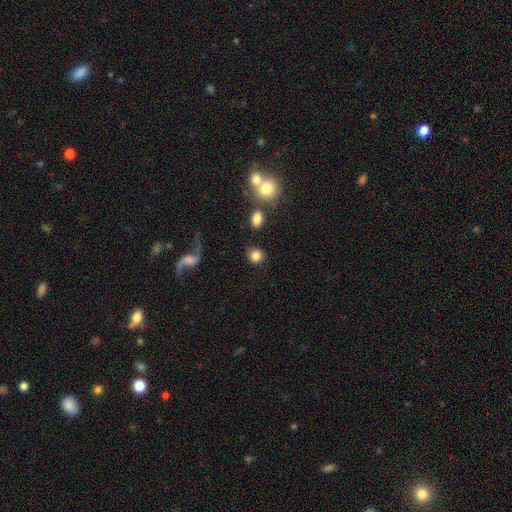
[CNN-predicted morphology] The model was most divided on "how rounded": round: 83%, in between: 16%, cigar-shaped: 1%. More confident: smooth or featured — smooth (81%); merging — none (80%).